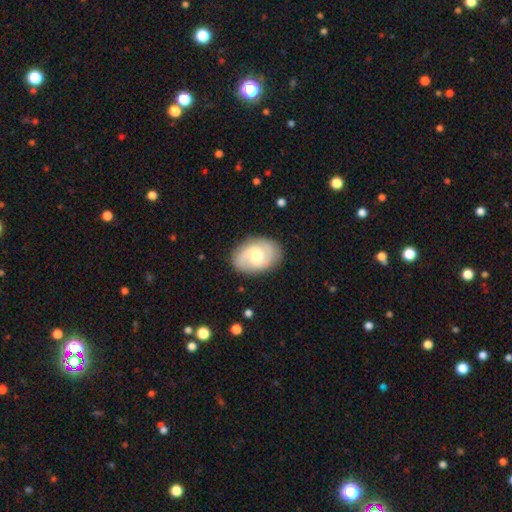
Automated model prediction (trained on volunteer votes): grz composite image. It shows a featured or disk galaxy (56%) with no bar (48%), spiral arms (75%) and a moderate central bulge (58%). Merging: none (83%).